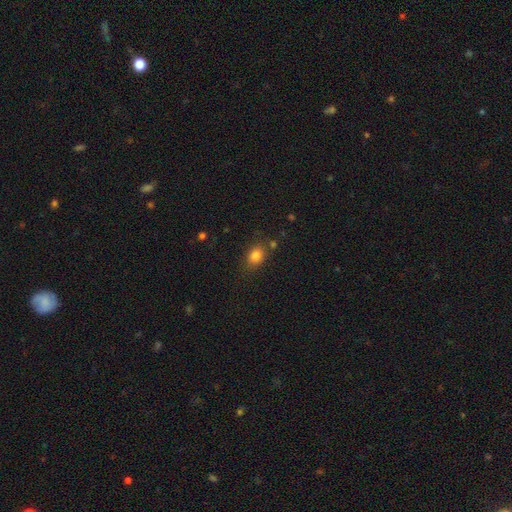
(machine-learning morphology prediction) Q: Smooth or featured?
A: smooth (82%); runner-up: star or artifact (11%)
Q: How rounded?
A: in between (58%); runner-up: round (41%)
Q: Merging?
A: none (77%); runner-up: minor disturbance (14%)